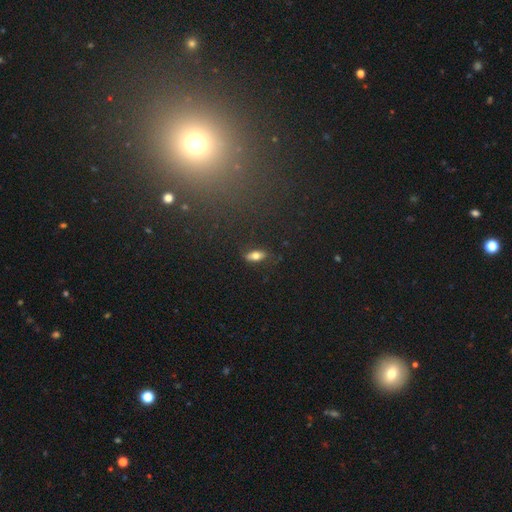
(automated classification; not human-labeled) smooth_or_featured: smooth (p=0.70) [alt: featured or disk p=0.21]
how_rounded: in between (p=0.82) [alt: cigar-shaped p=0.13]
merging: none (p=0.82) [alt: minor disturbance p=0.13]